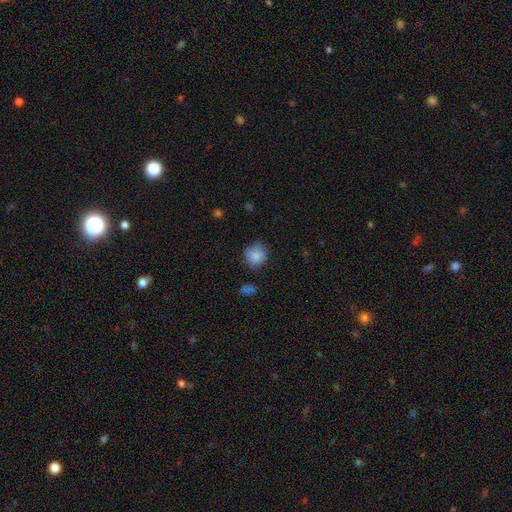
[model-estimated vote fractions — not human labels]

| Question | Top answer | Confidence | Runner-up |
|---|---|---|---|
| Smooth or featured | smooth | 85% | star or artifact (9%) |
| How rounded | round | 85% | in between (14%) |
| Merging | none | 73% | minor disturbance (20%) |